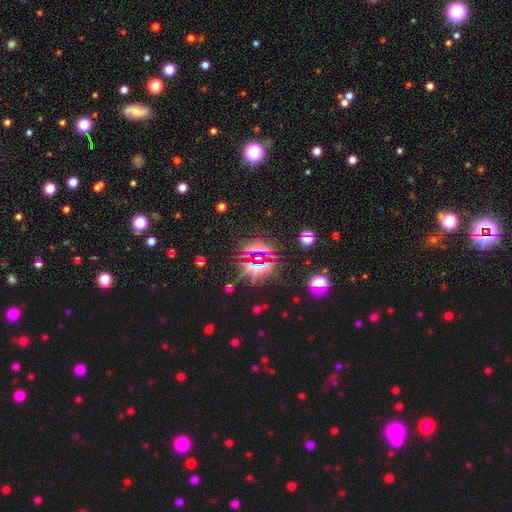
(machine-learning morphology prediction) A star or artifact, not a galaxy (75%).

Vote fractions:
- Smooth or featured? star or artifact: 75% / smooth: 14% / featured or disk: 11%